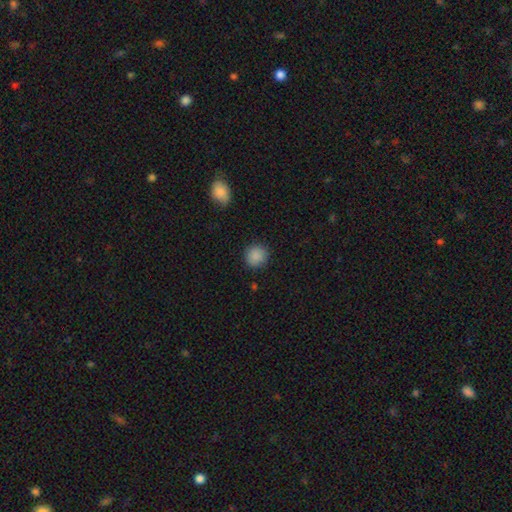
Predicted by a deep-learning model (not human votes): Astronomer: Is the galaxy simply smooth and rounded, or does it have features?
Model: smooth — 88%.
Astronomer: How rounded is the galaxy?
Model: round — 89%.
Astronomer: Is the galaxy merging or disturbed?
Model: none — 88%.